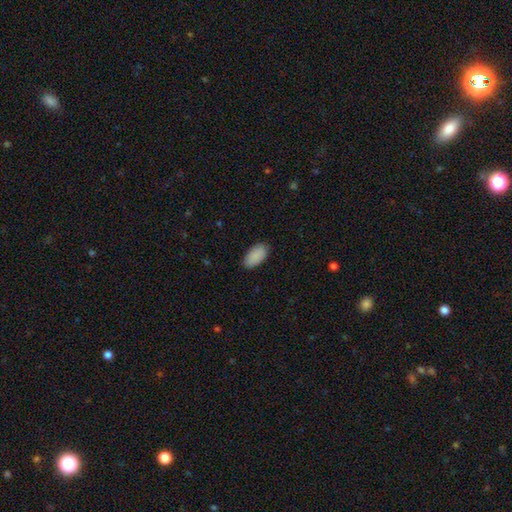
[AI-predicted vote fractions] This is clearly a smooth galaxy (90%). How rounded: clearly in between (95%). Merging: clearly none (86%).